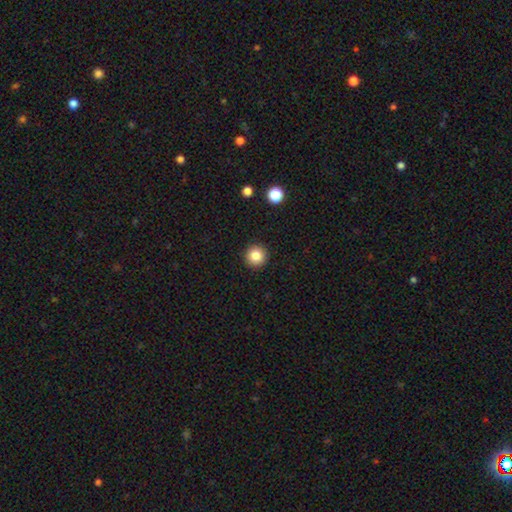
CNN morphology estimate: smooth 84%, star or artifact 10%, featured or disk 6%. Down the decision tree: how rounded — round (95%); merging — none (93%).